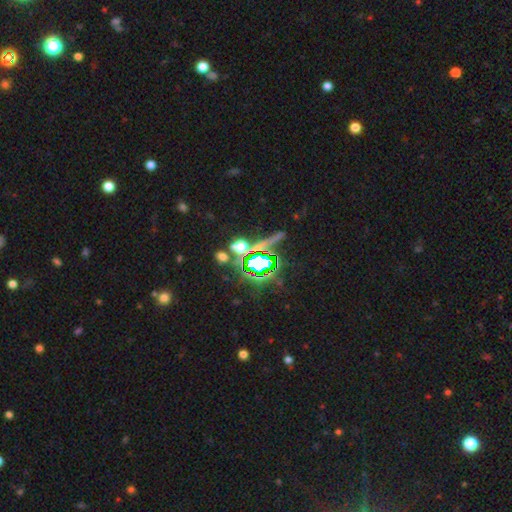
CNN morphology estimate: Q: Smooth or featured?
A: star or artifact (65%); runner-up: smooth (21%)